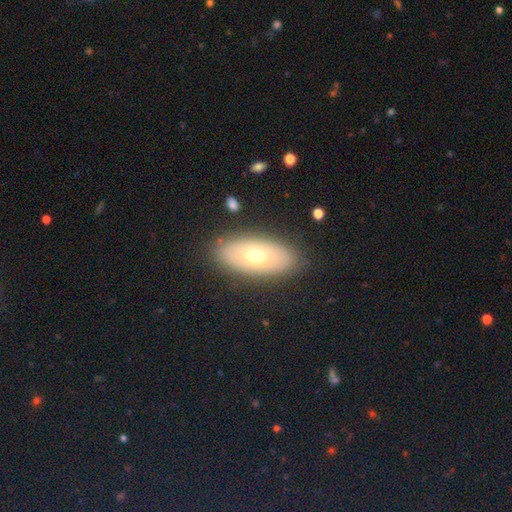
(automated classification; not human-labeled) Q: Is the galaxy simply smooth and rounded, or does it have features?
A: smooth — 60%.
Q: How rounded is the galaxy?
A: in between — 89%.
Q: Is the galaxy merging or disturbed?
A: none — 85%.